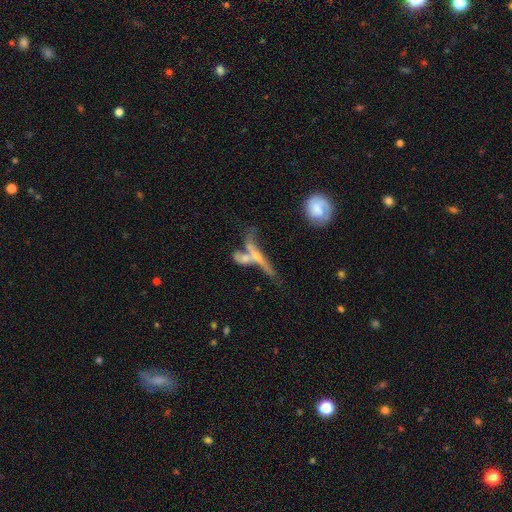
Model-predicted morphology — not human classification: Smooth or featured? Predicted: featured or disk (p=0.57). Edge-on disk? Predicted: yes (p=0.68). Merging? Predicted: merger (p=0.46).